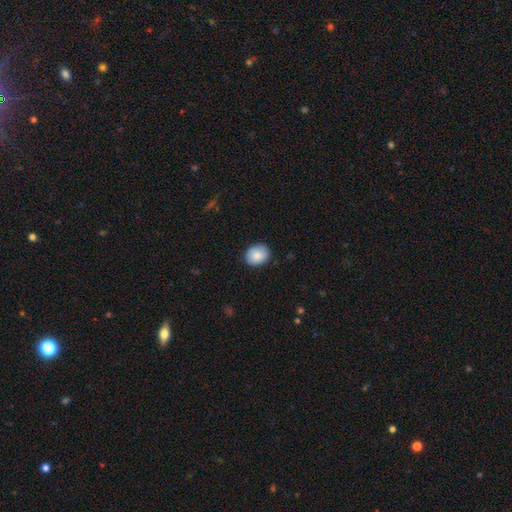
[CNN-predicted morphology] Smooth or featured?
  - smooth: 87% *
  - star or artifact: 7%
  - featured or disk: 6%
How rounded?
  - round: 52% *
  - in between: 47%
  - cigar-shaped: 1%
Merging?
  - none: 86% *
  - minor disturbance: 11%
  - major disturbance: 2%
  - merger: 1%